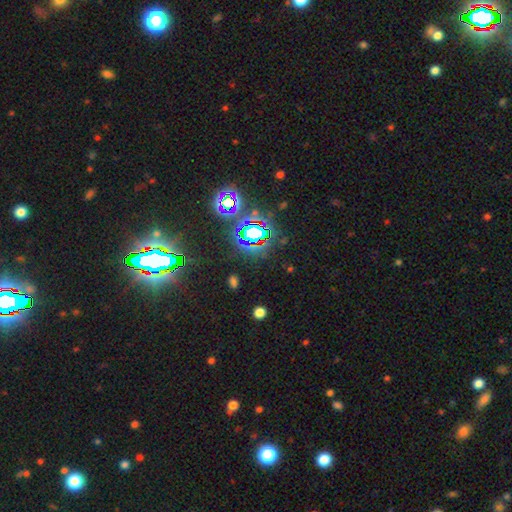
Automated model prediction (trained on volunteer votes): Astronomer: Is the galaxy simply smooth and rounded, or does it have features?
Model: star or artifact — 84%.